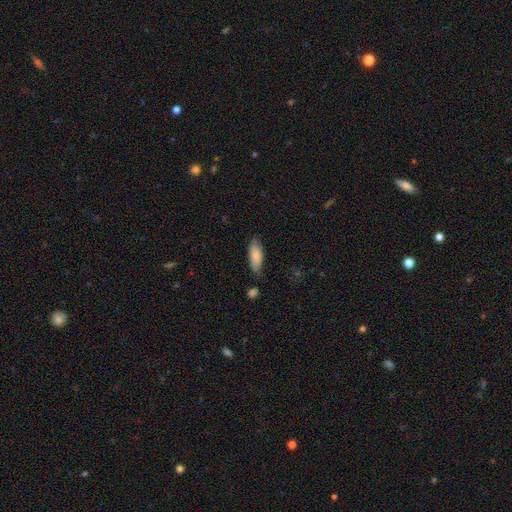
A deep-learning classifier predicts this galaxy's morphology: A smooth galaxy with no disk features (84%) that is in between round and cigar-shaped (74%).

Vote fractions:
- Smooth or featured? smooth: 84% / featured or disk: 10% / star or artifact: 6%
- How rounded? in between: 74% / cigar-shaped: 24% / round: 2%
- Merging? none: 69% / minor disturbance: 23% / major disturbance: 5% / merger: 4%